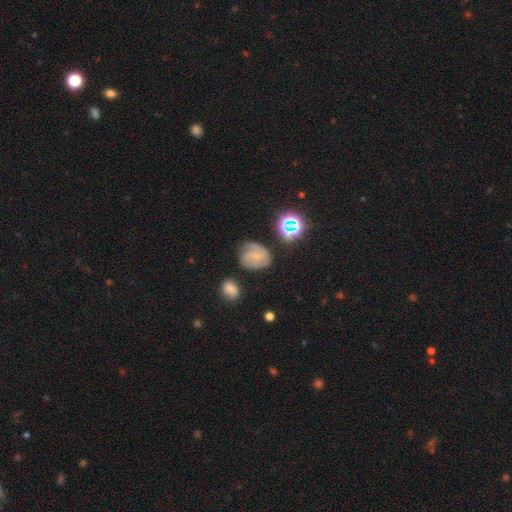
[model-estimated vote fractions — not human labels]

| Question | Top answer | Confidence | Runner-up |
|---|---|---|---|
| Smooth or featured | featured or disk | 72% | smooth (18%) |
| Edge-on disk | no | 98% | yes (2%) |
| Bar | no | 49% | weak (41%) |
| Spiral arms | yes | 93% | no (7%) |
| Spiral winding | medium | 46% | tight (39%) |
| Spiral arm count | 2 | 39% | 3 (29%) |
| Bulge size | small | 70% | moderate (17%) |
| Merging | none | 62% | minor disturbance (23%) |